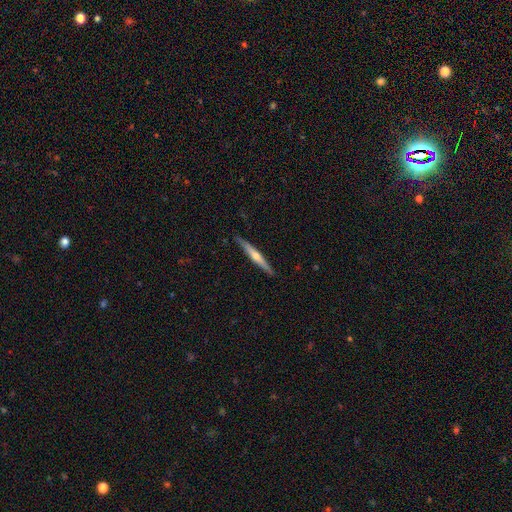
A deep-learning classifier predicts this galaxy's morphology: A featured or disk galaxy (63%) viewed edge-on (97%) with a rounded central bulge (79%). Merging: none (89%).